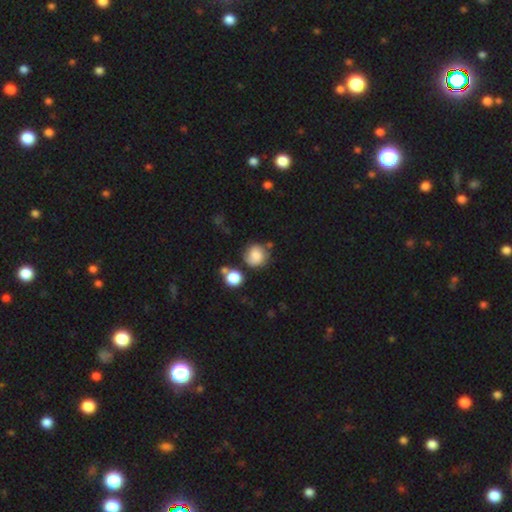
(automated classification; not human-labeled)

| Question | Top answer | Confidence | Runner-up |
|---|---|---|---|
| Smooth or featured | smooth | 74% | featured or disk (16%) |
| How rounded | round | 87% | in between (12%) |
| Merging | none | 63% | minor disturbance (19%) |